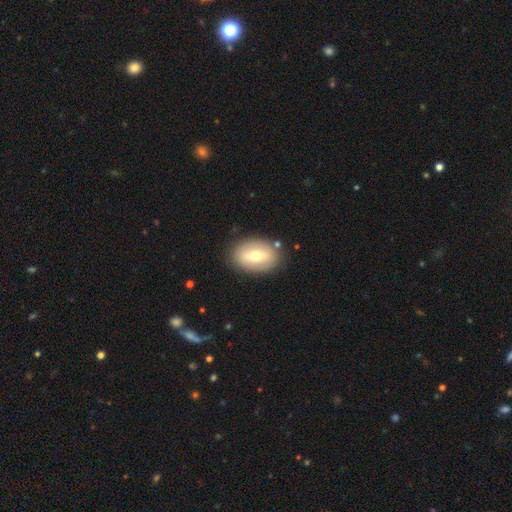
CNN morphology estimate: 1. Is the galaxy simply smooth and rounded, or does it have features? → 51% smooth, 42% featured or disk, 7% star or artifact.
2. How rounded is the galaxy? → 81% in between, 17% round, 2% cigar-shaped.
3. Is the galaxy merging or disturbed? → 85% none, 10% minor disturbance, 3% major disturbance, 2% merger.